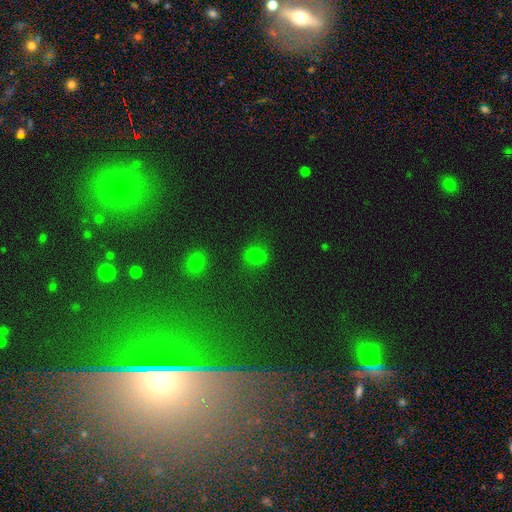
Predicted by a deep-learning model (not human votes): Smooth or featured?
  - smooth: 73% *
  - star or artifact: 20%
  - featured or disk: 7%
How rounded?
  - round: 57% *
  - in between: 41%
  - cigar-shaped: 2%
Merging?
  - none: 76% *
  - minor disturbance: 14%
  - major disturbance: 6%
  - merger: 4%